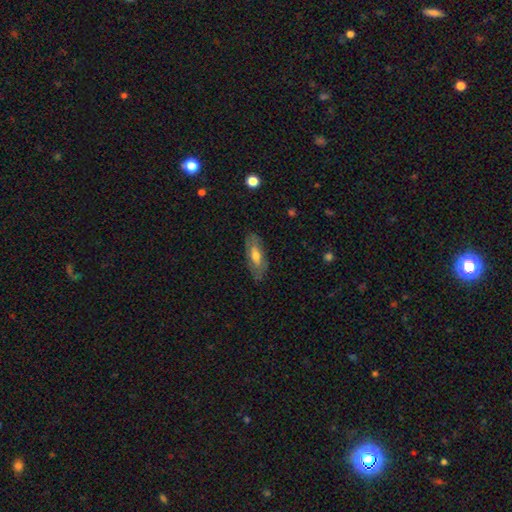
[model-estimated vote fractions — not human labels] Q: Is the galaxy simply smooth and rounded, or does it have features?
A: smooth — 52%.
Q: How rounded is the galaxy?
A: in between — 76%.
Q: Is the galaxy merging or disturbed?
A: none — 80%.